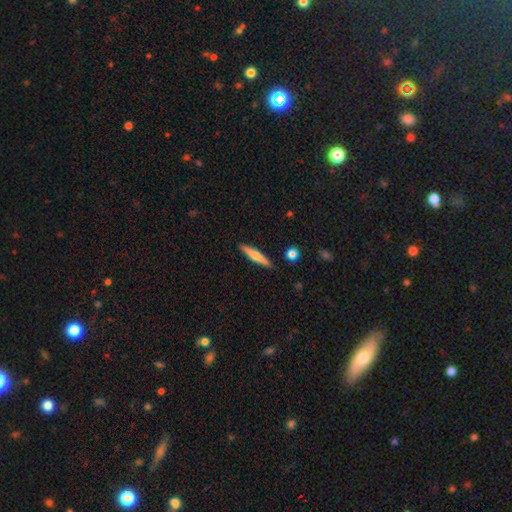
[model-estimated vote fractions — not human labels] This is possibly a smooth galaxy (57%). How rounded: clearly cigar-shaped (91%). Merging: clearly none (90%).